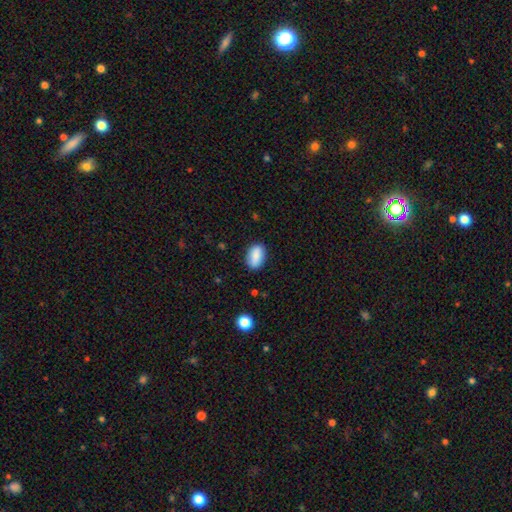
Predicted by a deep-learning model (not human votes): Smooth or featured? Predicted: smooth (p=0.87). How rounded? Predicted: in between (p=0.90). Merging? Predicted: none (p=0.83).